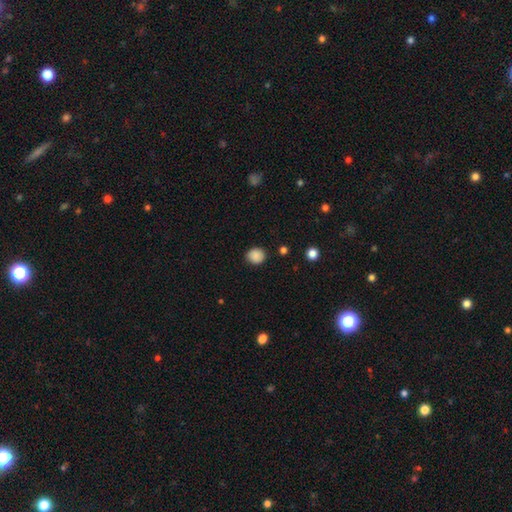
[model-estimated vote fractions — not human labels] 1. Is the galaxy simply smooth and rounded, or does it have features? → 87% smooth, 9% star or artifact, 3% featured or disk.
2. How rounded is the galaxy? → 79% round, 20% in between, 1% cigar-shaped.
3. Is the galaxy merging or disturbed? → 87% none, 10% minor disturbance, 2% major disturbance, 1% merger.